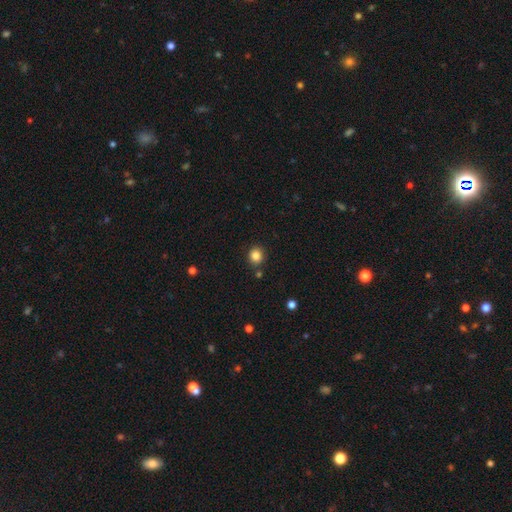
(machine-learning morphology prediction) A smooth galaxy with no disk features (85%) that is round (83%). Merging: none (85%).